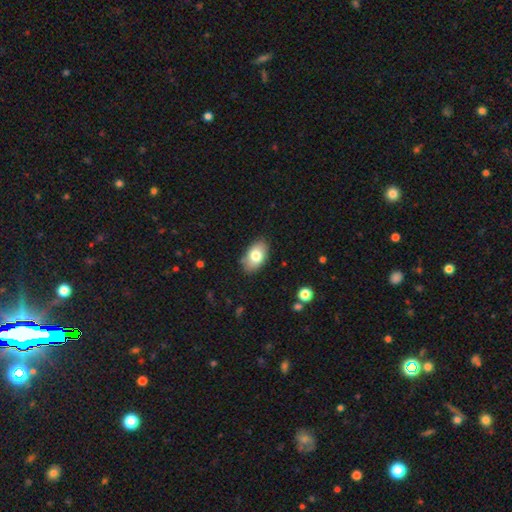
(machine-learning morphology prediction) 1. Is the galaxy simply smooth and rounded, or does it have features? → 78% smooth, 15% featured or disk, 7% star or artifact.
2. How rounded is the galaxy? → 91% in between, 8% round, 1% cigar-shaped.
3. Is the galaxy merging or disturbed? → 83% none, 13% minor disturbance, 3% major disturbance, 1% merger.